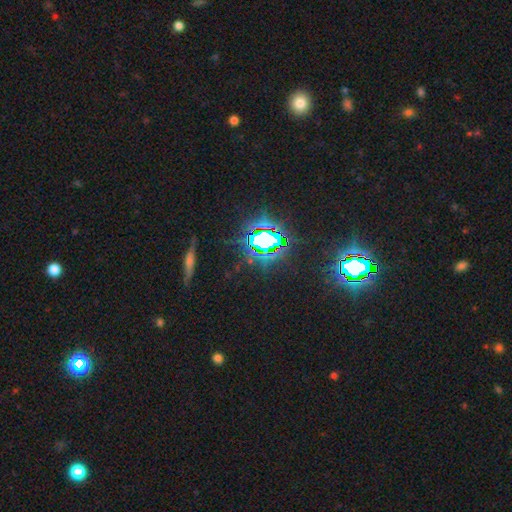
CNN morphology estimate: type=star or artifact (70%).